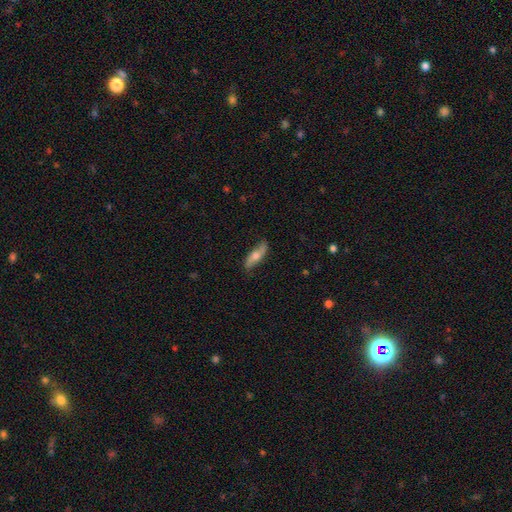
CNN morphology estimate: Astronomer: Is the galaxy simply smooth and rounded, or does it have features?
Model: featured or disk — 49% (runner-up: smooth, 45%).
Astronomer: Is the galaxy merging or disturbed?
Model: none — 80%.